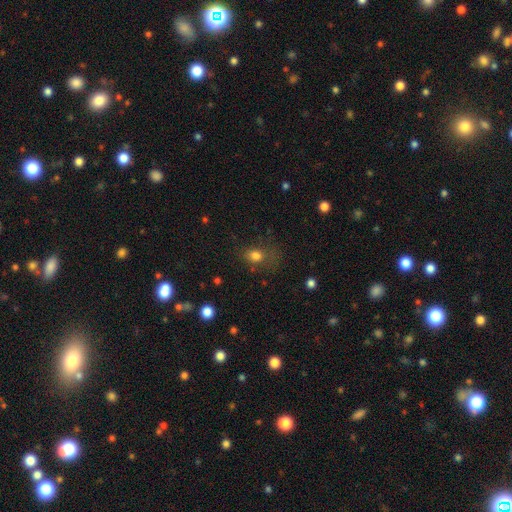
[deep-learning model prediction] Smooth or featured?
  - smooth: 77% *
  - star or artifact: 14%
  - featured or disk: 9%
How rounded?
  - in between: 59% *
  - round: 39%
  - cigar-shaped: 2%
Merging?
  - none: 58% *
  - minor disturbance: 22%
  - major disturbance: 17%
  - merger: 3%